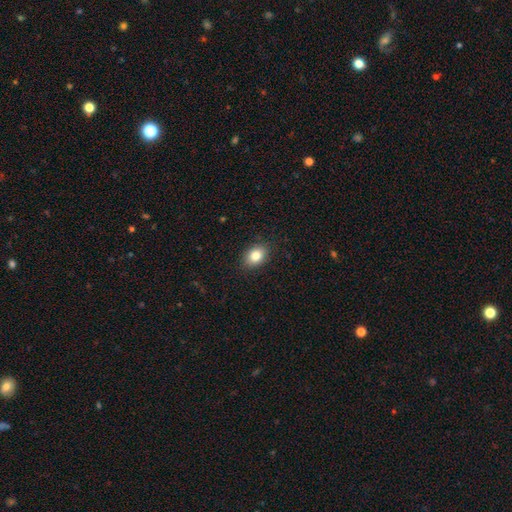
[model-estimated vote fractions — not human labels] Smooth or featured? Predicted: smooth (p=0.84). How rounded? Predicted: in between (p=0.69). Merging? Predicted: none (p=0.87).